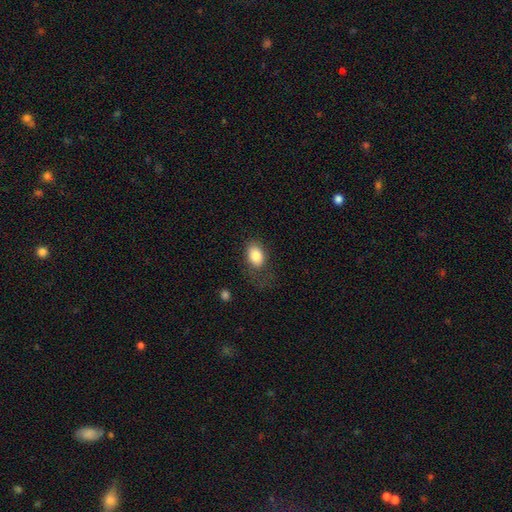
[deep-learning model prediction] The model was most divided on "merging": none: 64%, minor disturbance: 21%, major disturbance: 13%, merger: 2%. More confident: smooth or featured — smooth (84%); how rounded — in between (81%).